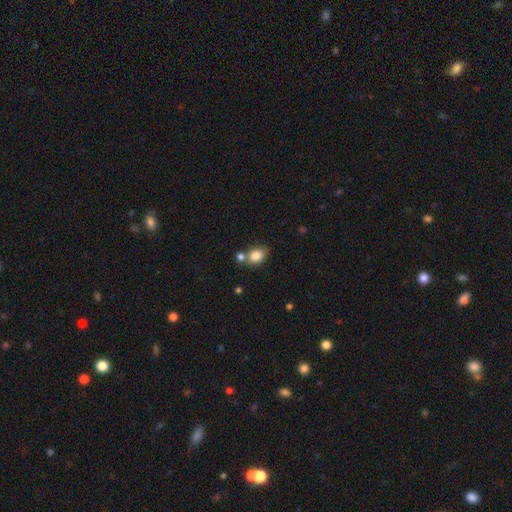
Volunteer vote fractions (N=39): This appears to be a smooth galaxy with no disk features (90%) that is in between round and cigar-shaped (54%). Merging: none (68%).